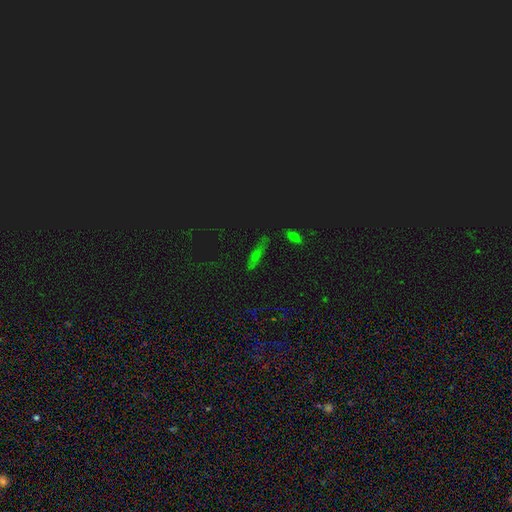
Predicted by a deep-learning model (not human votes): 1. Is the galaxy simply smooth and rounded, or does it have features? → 38% smooth, 37% star or artifact, 26% featured or disk.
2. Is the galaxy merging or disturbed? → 80% none, 12% minor disturbance, 4% major disturbance, 3% merger.